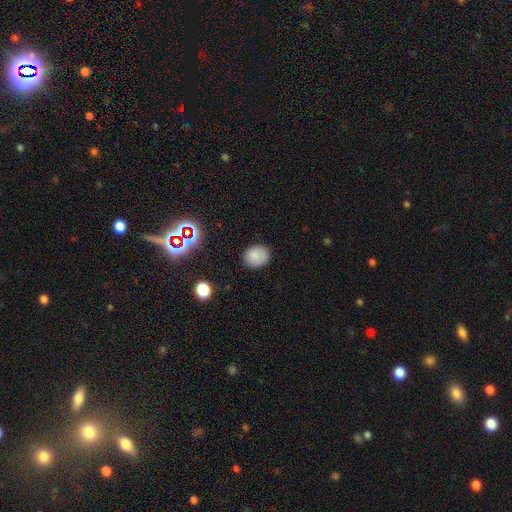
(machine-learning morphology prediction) This appears to be a smooth galaxy with no disk features (81%) that is round (66%). Merging: none (82%).